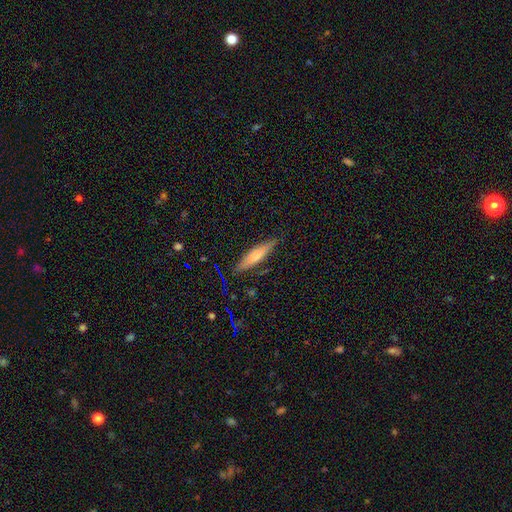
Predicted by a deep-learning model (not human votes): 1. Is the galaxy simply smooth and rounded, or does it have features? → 63% smooth, 28% featured or disk, 8% star or artifact.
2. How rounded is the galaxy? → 75% cigar-shaped, 23% in between, 2% round.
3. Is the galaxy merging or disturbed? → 83% none, 13% minor disturbance, 3% major disturbance, 2% merger.